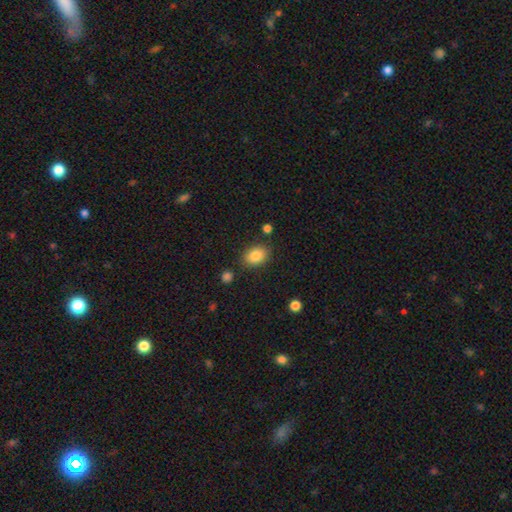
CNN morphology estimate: Smooth or featured? smooth (84%)
How rounded? in between (77%)
Merging? none (82%)